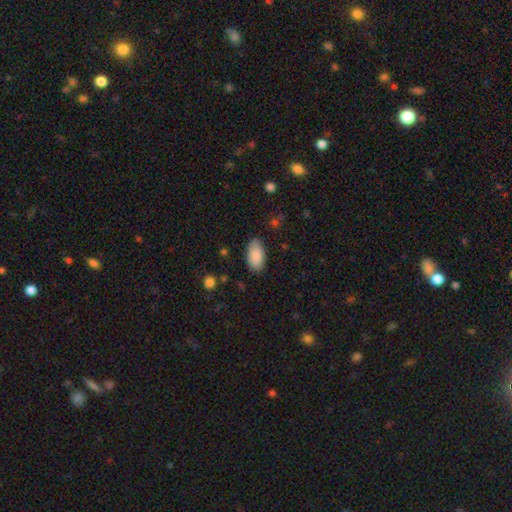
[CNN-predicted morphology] Overall: smooth (88%). How rounded: in between (95%). Merging: none (83%).